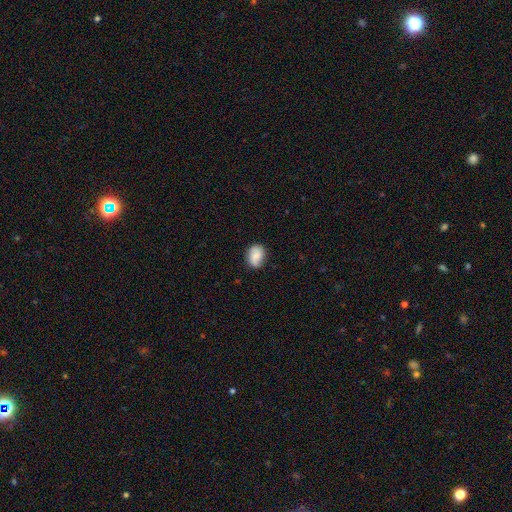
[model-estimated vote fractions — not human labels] The model was most divided on "how rounded": in between: 63%, round: 35%, cigar-shaped: 1%. More confident: merging — none (76%); smooth or featured — smooth (72%).